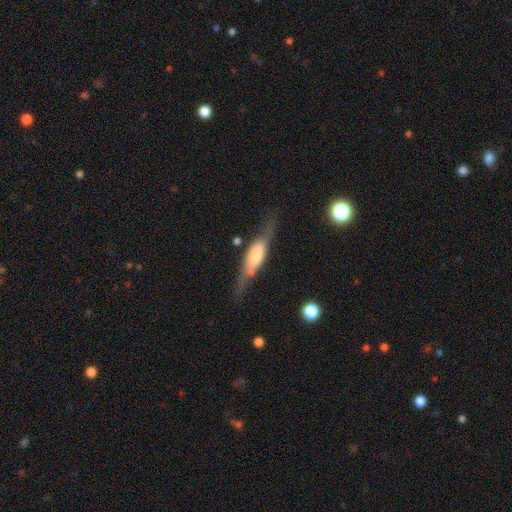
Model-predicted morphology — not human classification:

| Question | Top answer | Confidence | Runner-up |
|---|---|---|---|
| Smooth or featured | featured or disk | 52% | smooth (42%) |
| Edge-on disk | yes | 76% | no (24%) |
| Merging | none | 59% | minor disturbance (24%) |